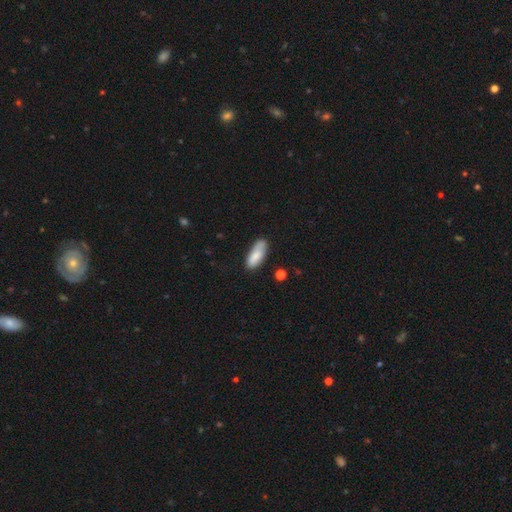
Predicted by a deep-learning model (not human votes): Morphology: type=smooth (80%); roundness=in between (73%); merging=none (69%).